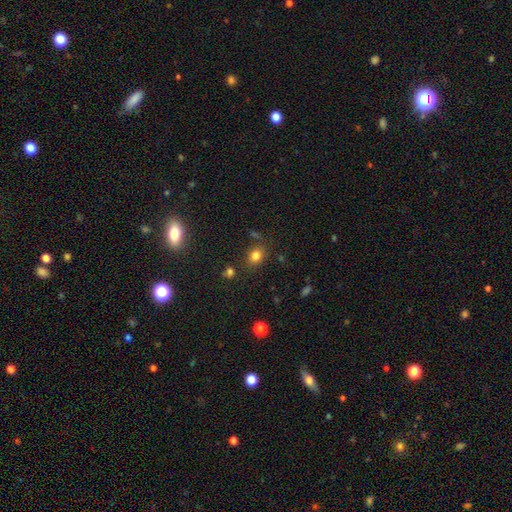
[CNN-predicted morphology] A smooth galaxy with no disk features (79%) that is round (51%). Merging: none (77%).